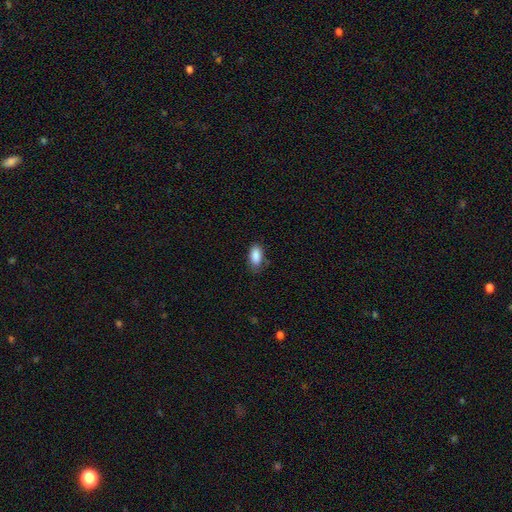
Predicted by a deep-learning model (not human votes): Morphology: type=smooth (88%); roundness=in between (92%); merging=none (75%).